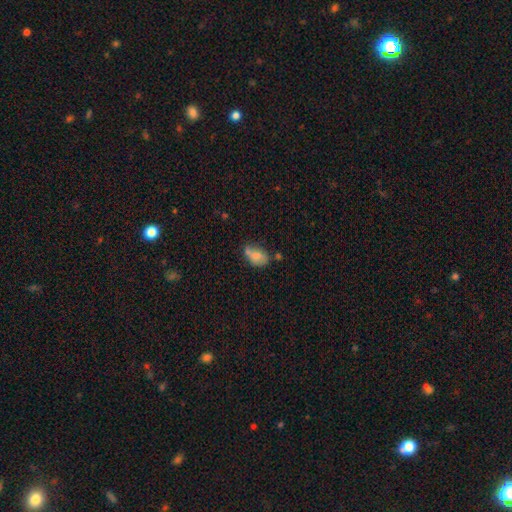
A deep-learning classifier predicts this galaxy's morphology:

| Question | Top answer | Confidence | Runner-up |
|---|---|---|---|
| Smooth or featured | smooth | 69% | featured or disk (21%) |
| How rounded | in between | 85% | round (12%) |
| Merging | none | 39% | minor disturbance (29%) |